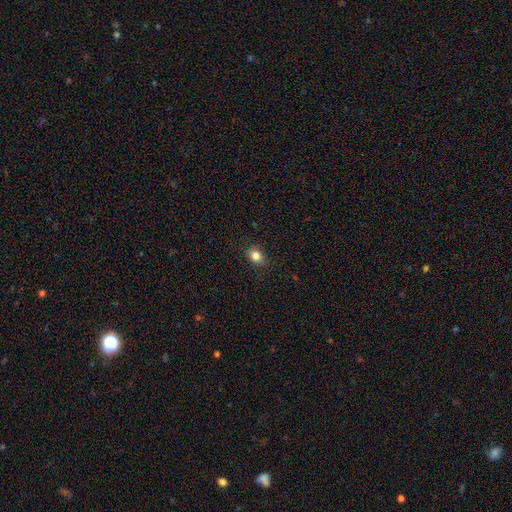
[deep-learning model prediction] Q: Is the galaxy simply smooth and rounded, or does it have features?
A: smooth — 83%.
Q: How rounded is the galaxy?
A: in between — 56%.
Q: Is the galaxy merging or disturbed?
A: none — 85%.